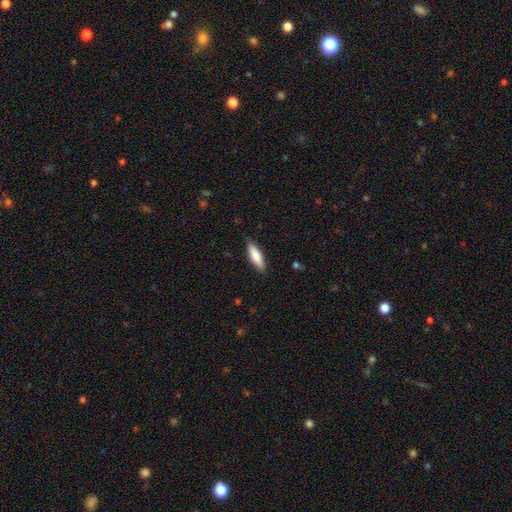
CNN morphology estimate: Smooth or featured? smooth (78%)
How rounded? cigar-shaped (52%)
Merging? none (87%)